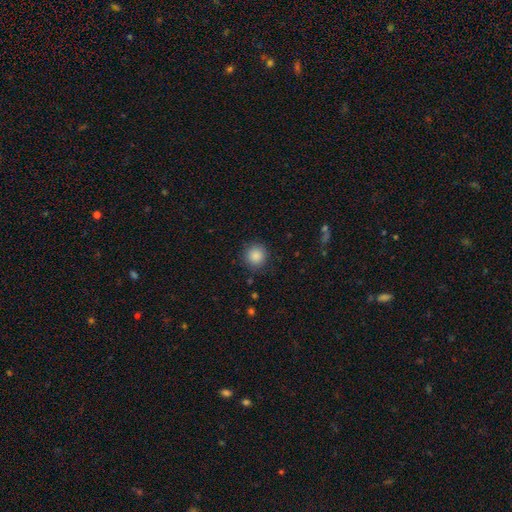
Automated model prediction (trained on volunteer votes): Smooth or featured: smooth — 87% (star or artifact — 9%)
How rounded: round — 93% (in between — 6%)
Merging: none — 88% (minor disturbance — 8%)